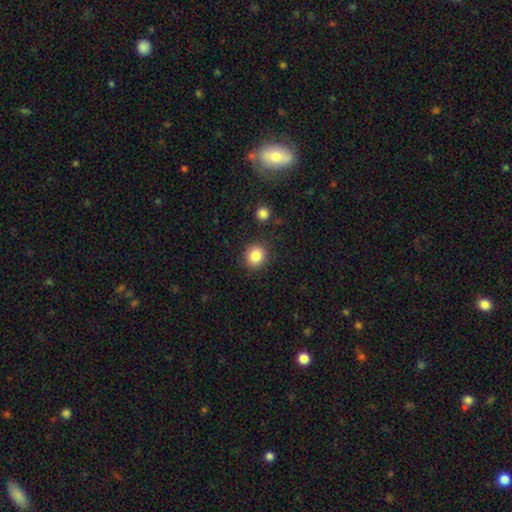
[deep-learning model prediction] Smooth or featured? Predicted: smooth (p=0.85). How rounded? Predicted: round (p=0.85). Merging? Predicted: none (p=0.88).